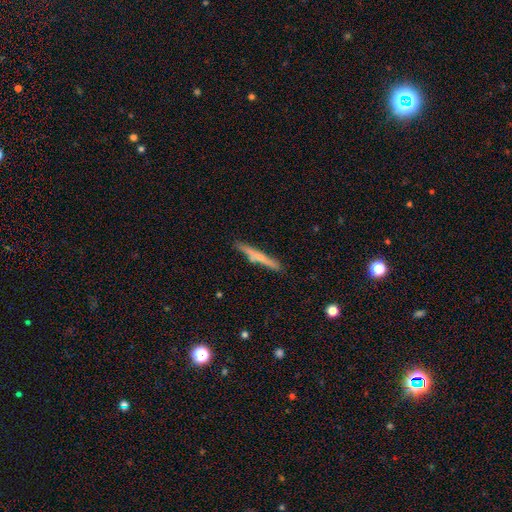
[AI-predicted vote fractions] Morphology: type=featured or disk (55%); edge-on=yes (96%); edge-on bulge=rounded (53%); merging=none (87%).